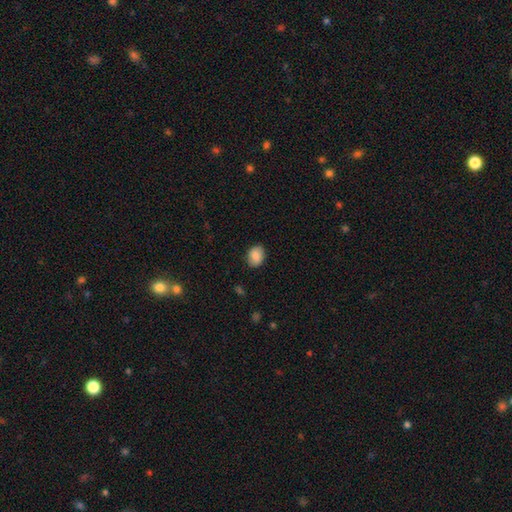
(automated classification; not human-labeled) Smooth or featured? smooth (87%)
How rounded? in between (61%)
Merging? none (84%)